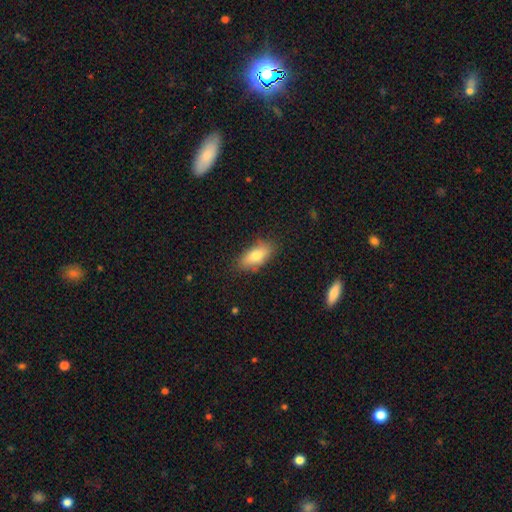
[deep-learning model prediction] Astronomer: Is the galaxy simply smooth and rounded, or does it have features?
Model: smooth — 78%.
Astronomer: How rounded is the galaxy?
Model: in between — 85%.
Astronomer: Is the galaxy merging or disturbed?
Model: none — 81%.